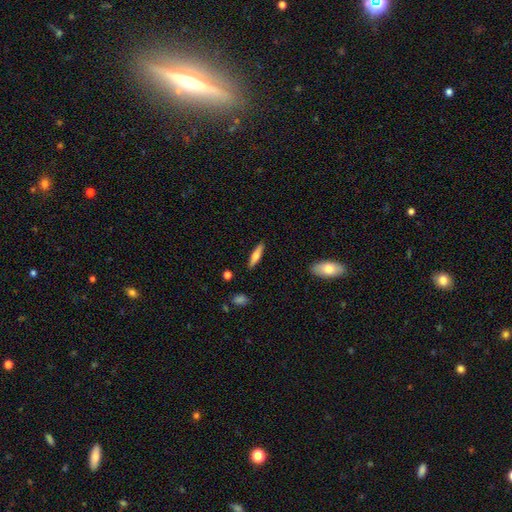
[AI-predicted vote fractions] A smooth galaxy with no disk features (56%) that is cigar-shaped (73%).

Vote fractions:
- Smooth or featured? smooth: 56% / featured or disk: 38% / star or artifact: 6%
- How rounded? cigar-shaped: 73% / in between: 25% / round: 2%
- Merging? none: 89% / minor disturbance: 8% / major disturbance: 2% / merger: 2%